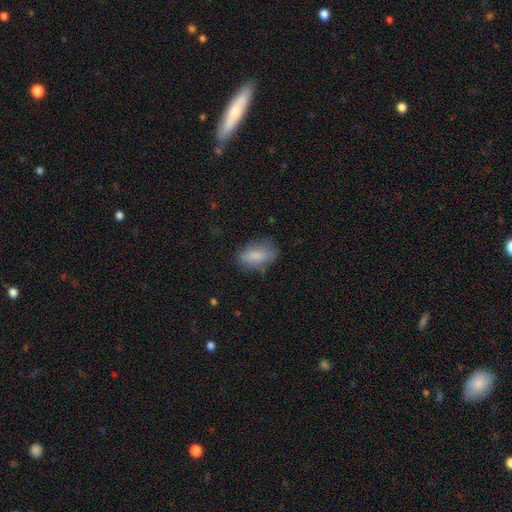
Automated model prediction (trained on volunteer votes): This is clearly a smooth galaxy (82%). How rounded: clearly in between (89%). Merging: likely none (69%).